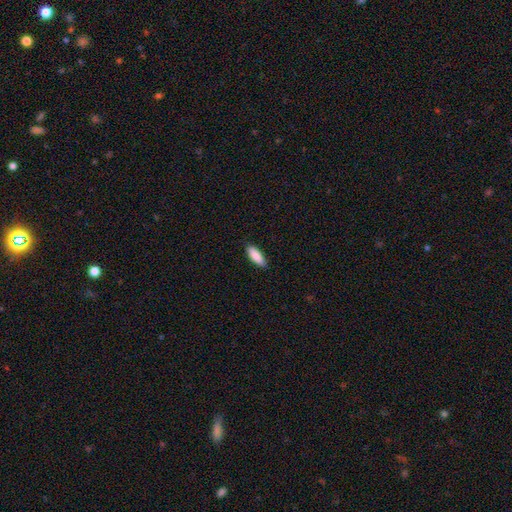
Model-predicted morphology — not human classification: smooth 88%, featured or disk 6%, star or artifact 5%. Down the decision tree: how rounded — in between (60%); merging — none (88%).